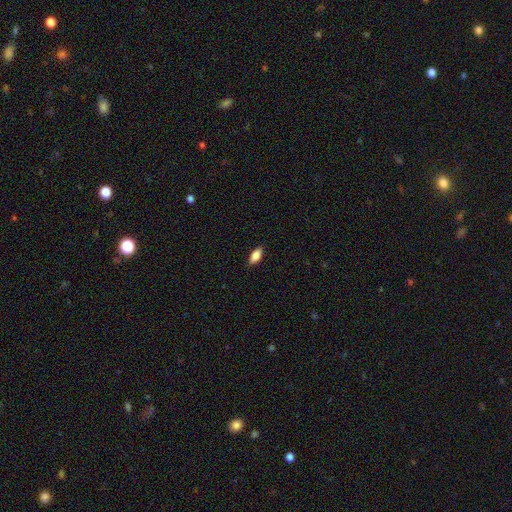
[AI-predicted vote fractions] Overall: smooth (84%). How rounded: in between (85%). Merging: none (87%).